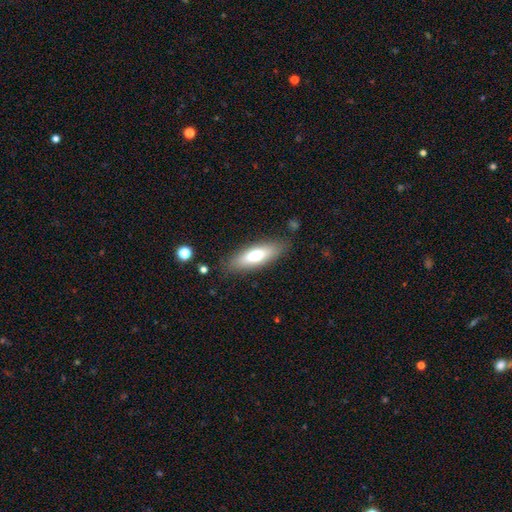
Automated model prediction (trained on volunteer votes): Overall: smooth (67%; featured or disk 27%). How rounded: in between (56%; cigar-shaped 42%). Merging: none (84%).